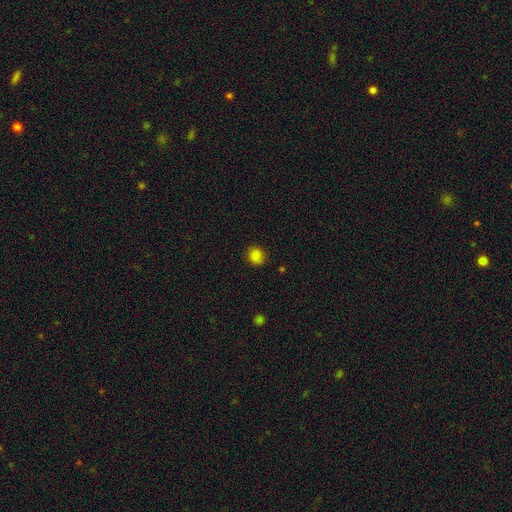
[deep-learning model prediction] Morphology: type=smooth (83%); roundness=round (79%); merging=none (87%).